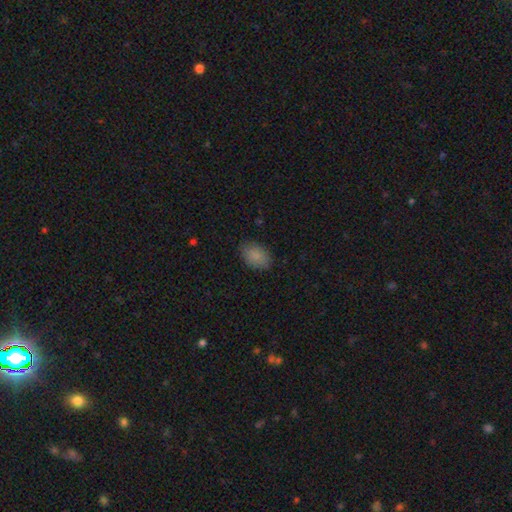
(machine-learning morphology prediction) This is clearly a smooth galaxy (87%). How rounded: clearly in between (87%). Merging: clearly none (83%).